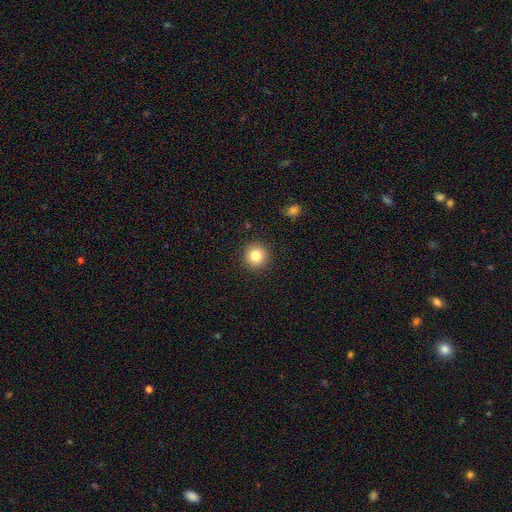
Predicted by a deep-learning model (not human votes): The model was most divided on "smooth or featured": smooth: 83%, star or artifact: 10%, featured or disk: 7%. More confident: how rounded — round (95%); merging — none (91%).